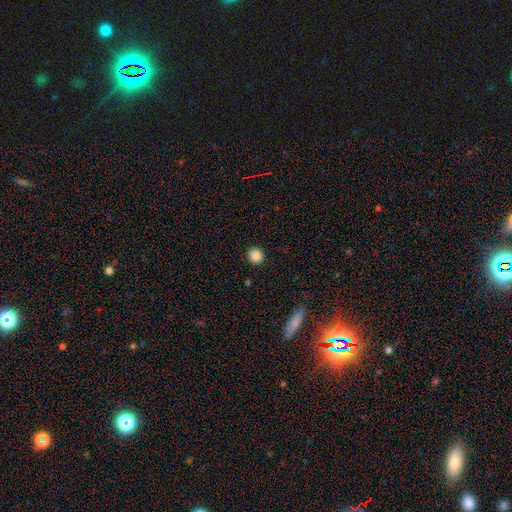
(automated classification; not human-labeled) Smooth or featured?
  - smooth: 87% *
  - star or artifact: 10%
  - featured or disk: 3%
How rounded?
  - round: 91% *
  - in between: 8%
  - cigar-shaped: 1%
Merging?
  - none: 92% *
  - minor disturbance: 5%
  - major disturbance: 2%
  - merger: 1%